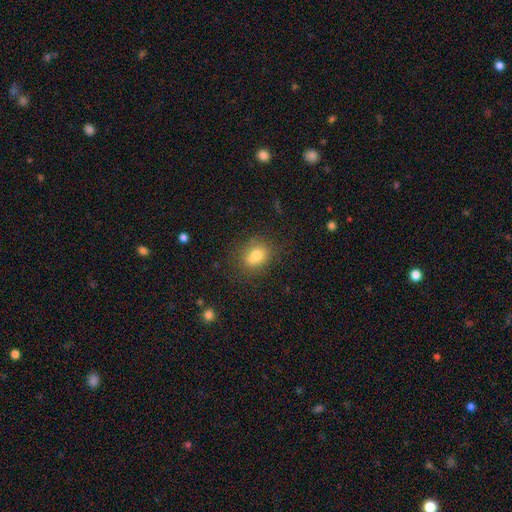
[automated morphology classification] Smooth or featured?
  - smooth: 77% *
  - featured or disk: 12%
  - star or artifact: 11%
How rounded?
  - in between: 61% *
  - round: 36%
  - cigar-shaped: 3%
Merging?
  - none: 67% *
  - minor disturbance: 18%
  - merger: 9%
  - major disturbance: 6%